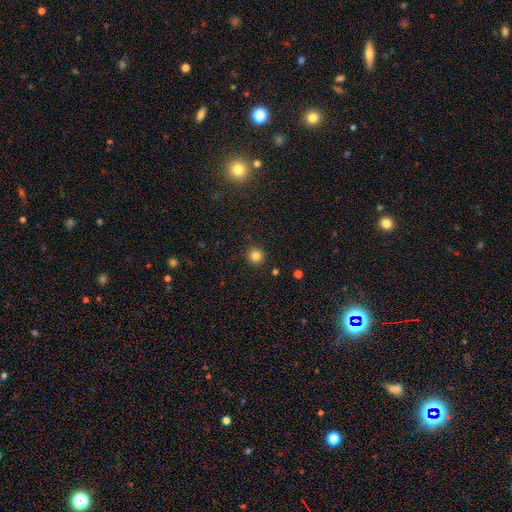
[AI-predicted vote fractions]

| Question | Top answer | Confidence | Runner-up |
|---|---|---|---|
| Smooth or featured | smooth | 82% | star or artifact (13%) |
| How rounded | round | 95% | in between (4%) |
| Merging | none | 92% | minor disturbance (5%) |